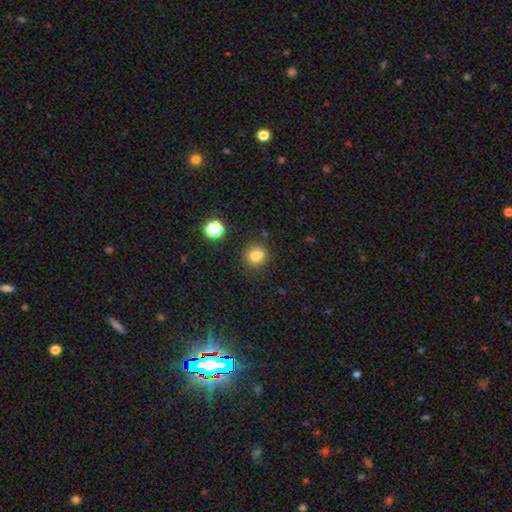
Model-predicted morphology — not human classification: Smooth or featured? Predicted: smooth (p=0.76). How rounded? Predicted: round (p=0.75). Merging? Predicted: none (p=0.70).